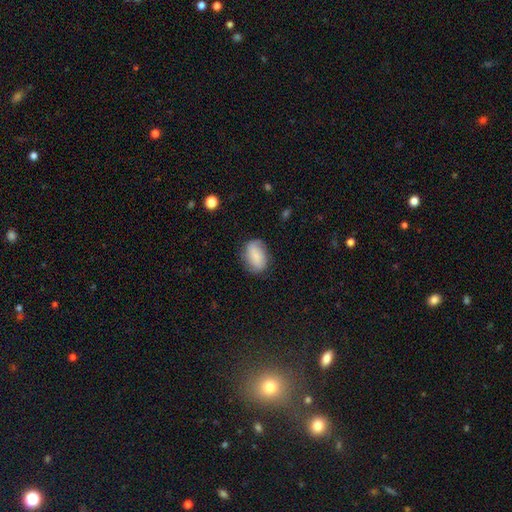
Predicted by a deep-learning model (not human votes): smooth 72%, featured or disk 20%, star or artifact 8%. Down the decision tree: how rounded — in between (82%); merging — none (73%).